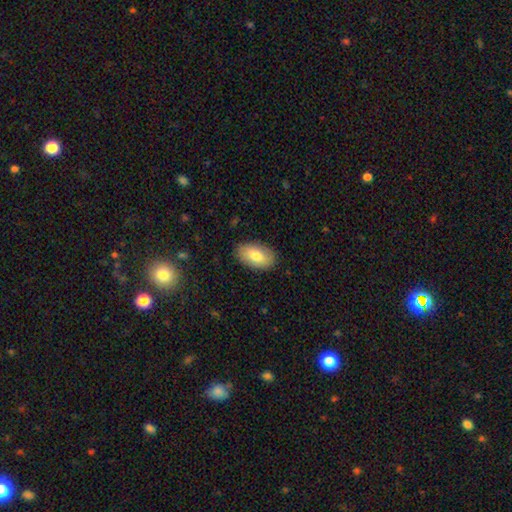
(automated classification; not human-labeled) smooth 78%, featured or disk 16%, star or artifact 6%. Down the decision tree: how rounded — in between (94%); merging — none (87%).